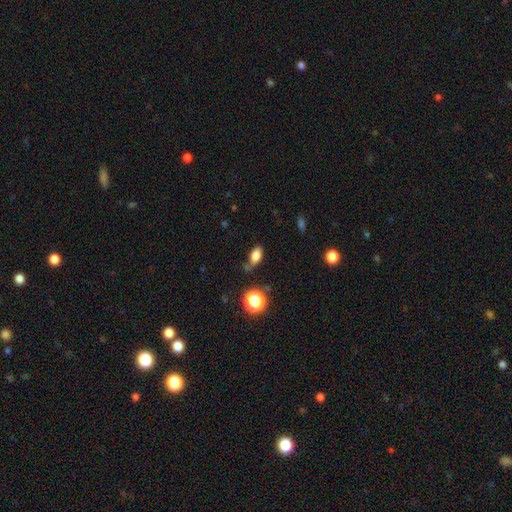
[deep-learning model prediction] A smooth galaxy with no disk features (81%) that is in between round and cigar-shaped (85%).

Vote fractions:
- Smooth or featured? smooth: 81% / star or artifact: 12% / featured or disk: 7%
- How rounded? in between: 85% / round: 11% / cigar-shaped: 4%
- Merging? none: 63% / minor disturbance: 23% / merger: 7% / major disturbance: 6%